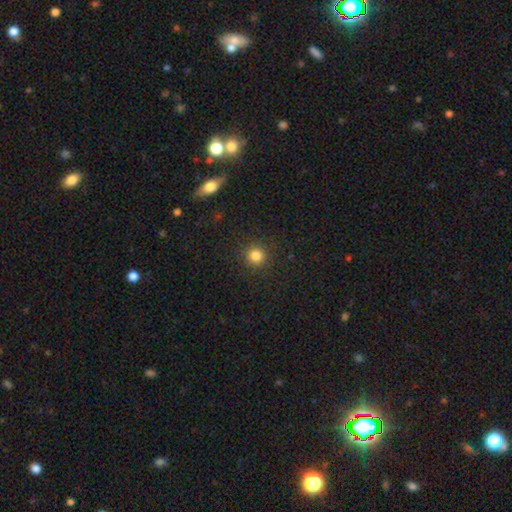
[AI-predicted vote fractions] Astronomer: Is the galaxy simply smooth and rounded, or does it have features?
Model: smooth — 83%.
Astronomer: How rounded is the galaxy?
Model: round — 94%.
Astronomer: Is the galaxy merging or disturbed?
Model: none — 91%.